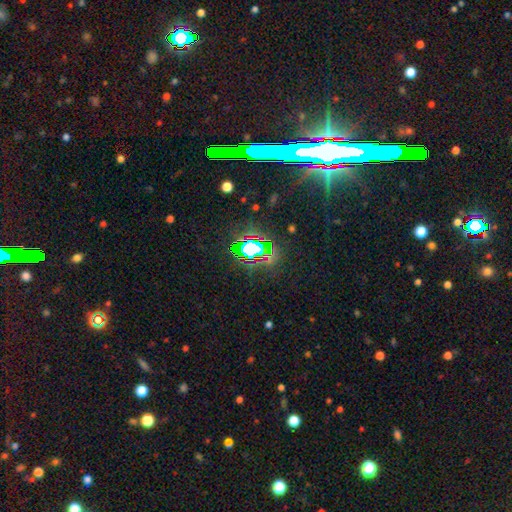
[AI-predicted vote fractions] A star or artifact, not a galaxy (74%).

Vote fractions:
- Smooth or featured? star or artifact: 74% / featured or disk: 14% / smooth: 13%